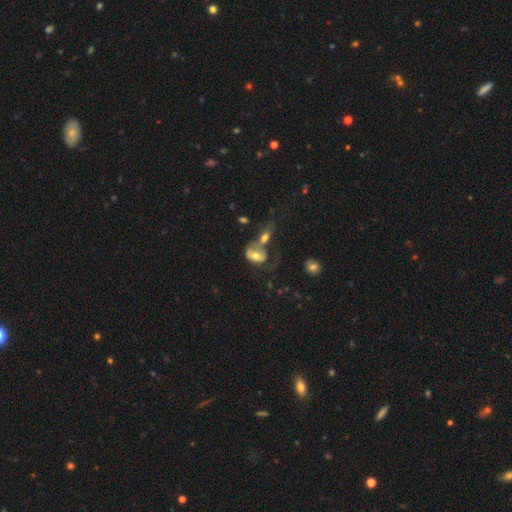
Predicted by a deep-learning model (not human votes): Q: Smooth or featured?
A: smooth (54%); runner-up: featured or disk (38%)
Q: How rounded?
A: in between (77%); runner-up: round (21%)
Q: Merging?
A: merger (52%); runner-up: major disturbance (20%)